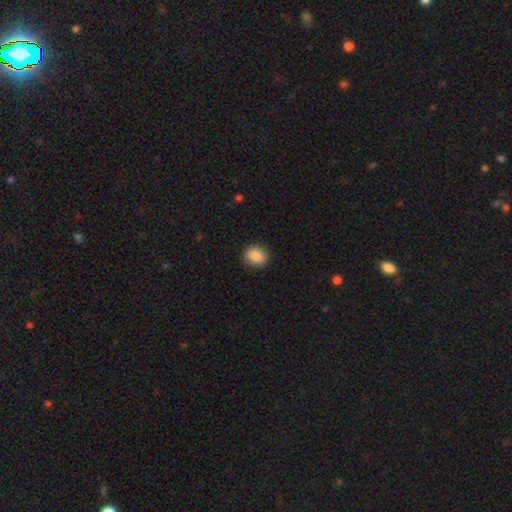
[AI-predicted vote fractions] Overall: smooth (86%). How rounded: round (58%; in between 41%). Merging: none (88%).